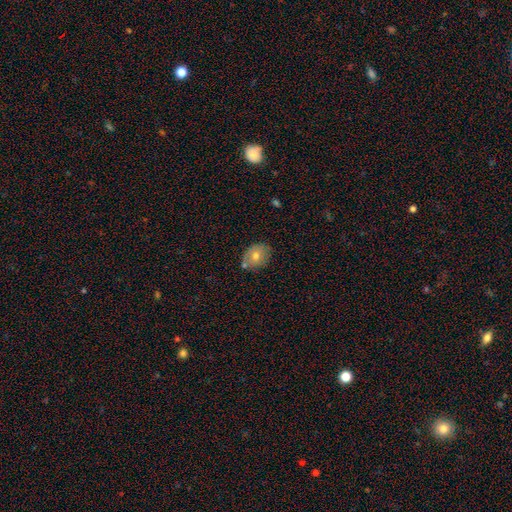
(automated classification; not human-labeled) This is likely a smooth galaxy (67%). How rounded: likely in between (62%). Merging: likely none (68%).